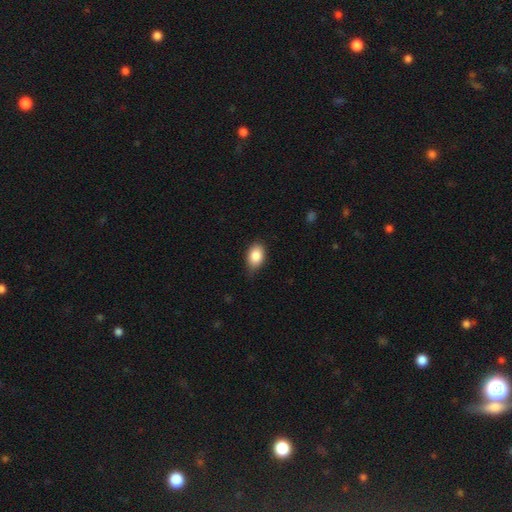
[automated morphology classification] Smooth or featured? smooth (86%)
How rounded? in between (85%)
Merging? none (72%)